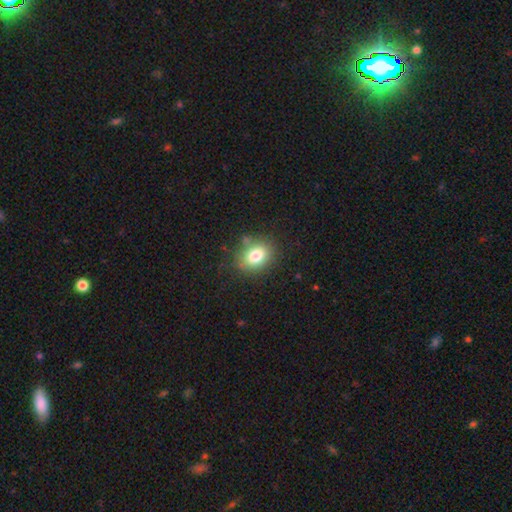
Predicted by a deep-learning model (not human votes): A smooth galaxy with no disk features (80%) that is in between round and cigar-shaped (62%). Merging: none (79%).